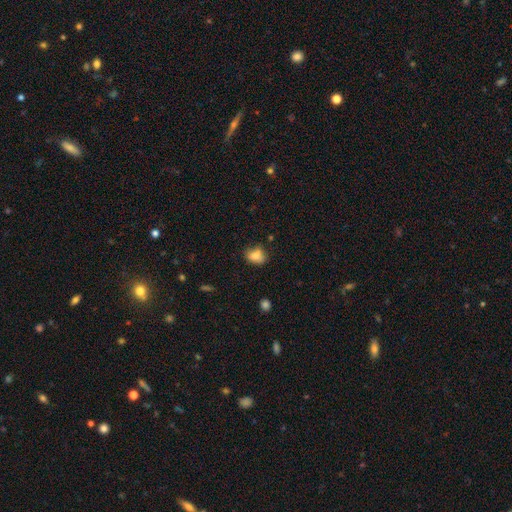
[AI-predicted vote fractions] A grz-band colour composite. It shows a smooth galaxy with no disk features (77%) that is in between round and cigar-shaped (61%). Merging: none (56%).